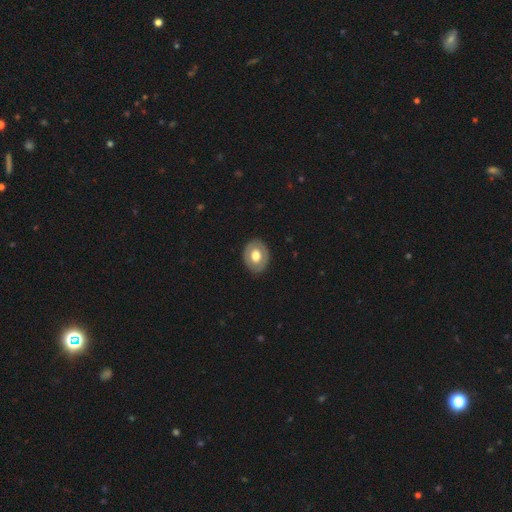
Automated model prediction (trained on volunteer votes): A smooth galaxy with no disk features (56%) that is in between round and cigar-shaped (55%). Merging: none (86%).